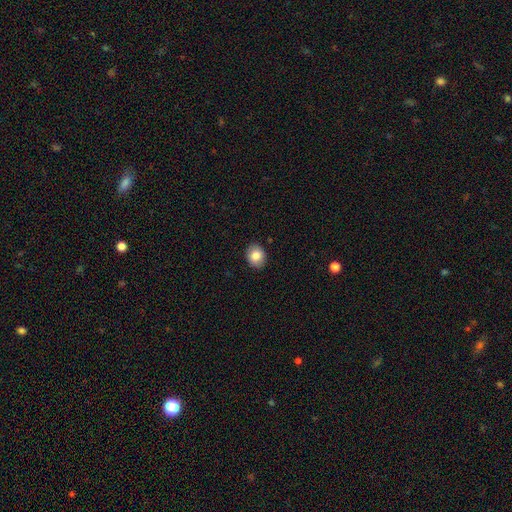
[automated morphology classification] The model was most divided on "how rounded": round: 59%, in between: 40%, cigar-shaped: 1%. More confident: merging — none (90%); smooth or featured — smooth (83%).